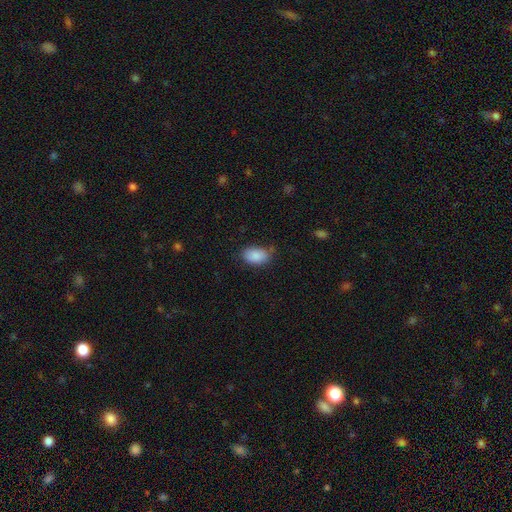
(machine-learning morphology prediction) Overall: smooth (88%). How rounded: in between (91%). Merging: none (69%).